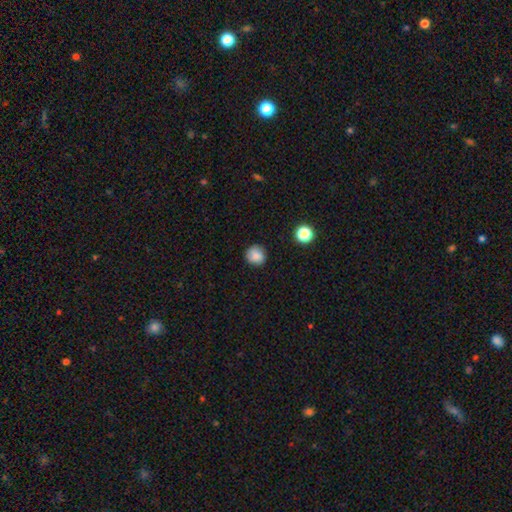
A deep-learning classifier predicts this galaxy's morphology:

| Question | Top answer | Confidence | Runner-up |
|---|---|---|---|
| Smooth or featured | smooth | 83% | star or artifact (10%) |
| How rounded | round | 90% | in between (9%) |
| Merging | none | 85% | minor disturbance (11%) |